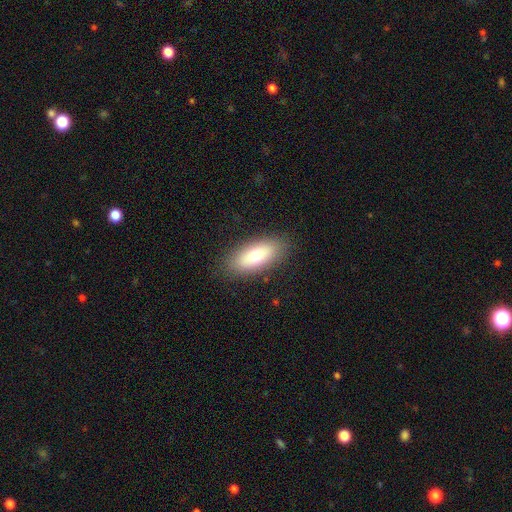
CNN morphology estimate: A smooth galaxy with no disk features (75%) that is in between round and cigar-shaped (81%).

Vote fractions:
- Smooth or featured? smooth: 75% / featured or disk: 18% / star or artifact: 7%
- How rounded? in between: 81% / cigar-shaped: 17% / round: 3%
- Merging? none: 88% / minor disturbance: 9% / major disturbance: 2% / merger: 1%